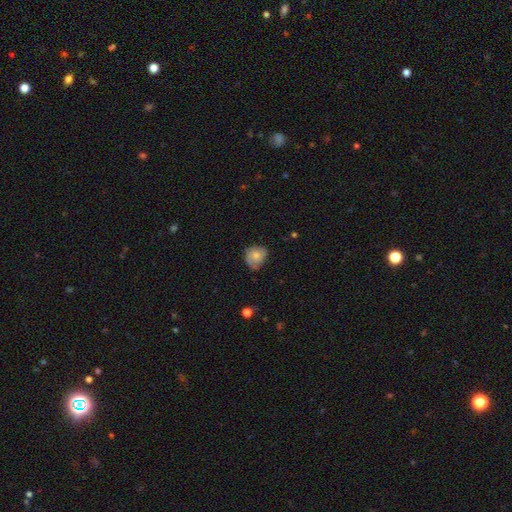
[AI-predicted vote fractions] Q: Smooth or featured?
A: smooth (47%); runner-up: featured or disk (46%)
Q: Merging?
A: none (58%); runner-up: minor disturbance (30%)